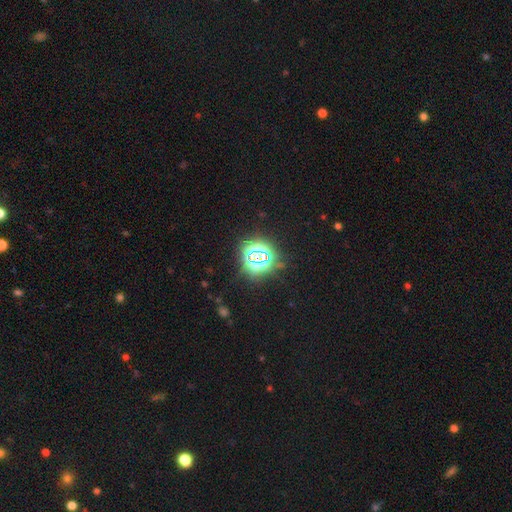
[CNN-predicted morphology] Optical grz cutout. It shows a star or artifact, not a galaxy (75%).